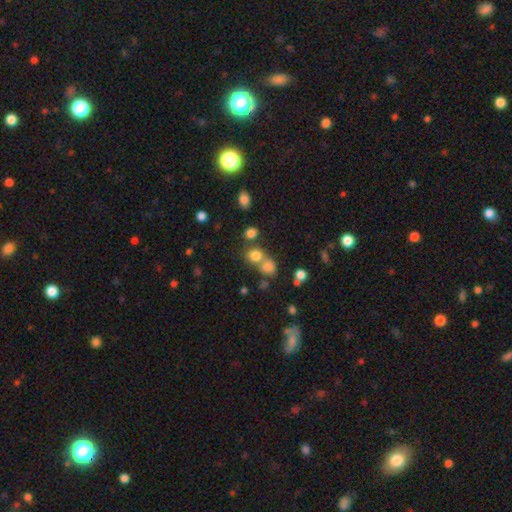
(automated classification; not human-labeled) smooth_or_featured: smooth (p=0.77) [alt: star or artifact p=0.15]
how_rounded: round (p=0.79) [alt: in between p=0.20]
merging: none (p=0.49) [alt: merger p=0.38]